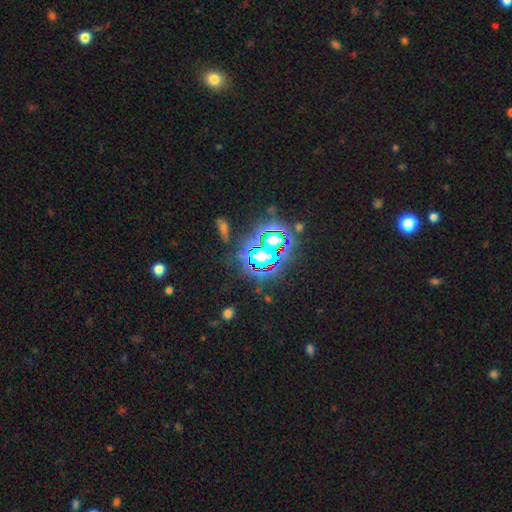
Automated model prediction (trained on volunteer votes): Q: Smooth or featured?
A: star or artifact (82%); runner-up: smooth (11%)